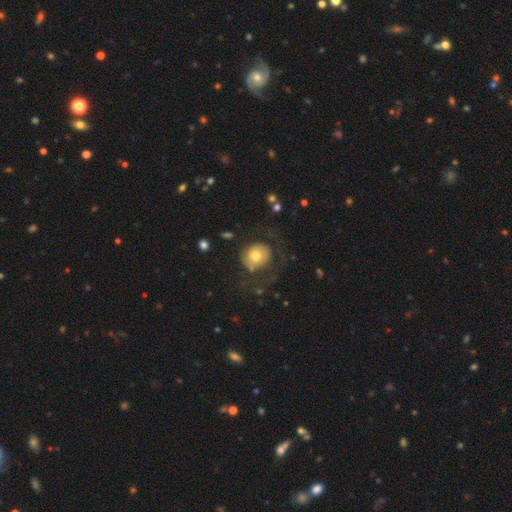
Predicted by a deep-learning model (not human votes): smooth 65%, featured or disk 27%, star or artifact 8%. Down the decision tree: how rounded — round (77%); merging — none (48%).